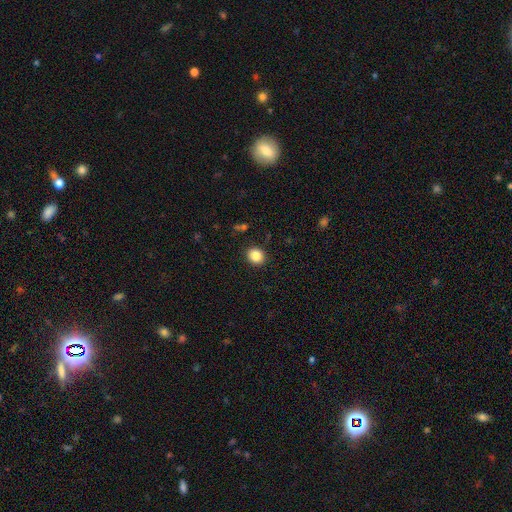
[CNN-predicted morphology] Smooth or featured? smooth (85%)
How rounded? round (71%)
Merging? none (90%)